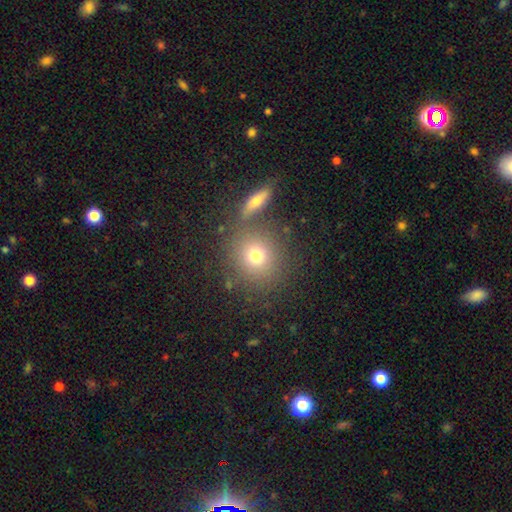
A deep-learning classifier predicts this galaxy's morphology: smooth-or-featured: smooth: 73% | star or artifact: 14% | featured or disk: 13%
  how-rounded: round: 87% | in between: 12% | cigar-shaped: 1%
  merging: none: 71% | merger: 15% | minor disturbance: 9% | major disturbance: 4%